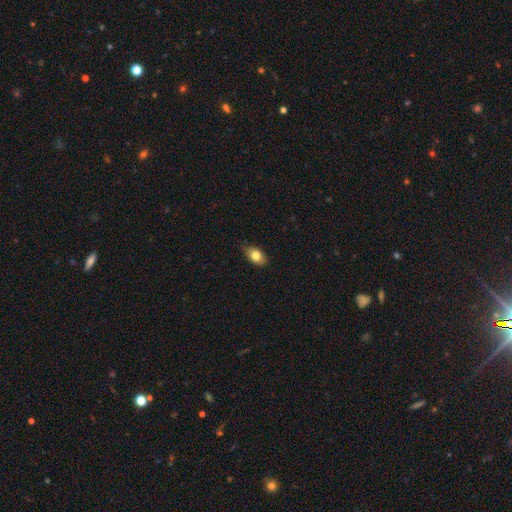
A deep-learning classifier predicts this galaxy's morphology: type=smooth (79%); roundness=in between (84%); merging=none (78%).